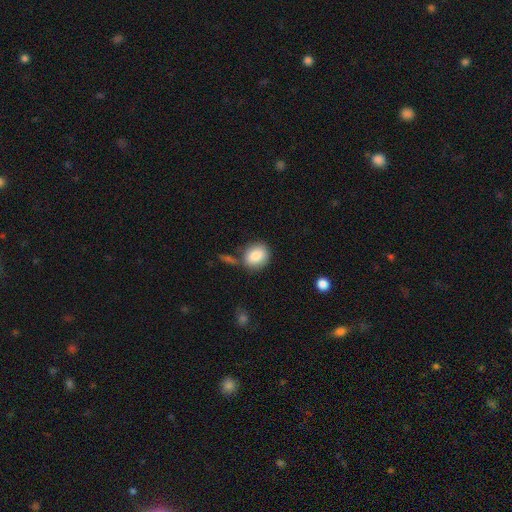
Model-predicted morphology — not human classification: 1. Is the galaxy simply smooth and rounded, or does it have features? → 85% smooth, 7% star or artifact, 7% featured or disk.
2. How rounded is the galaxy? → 58% round, 41% in between, 1% cigar-shaped.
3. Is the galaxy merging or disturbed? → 71% none, 14% minor disturbance, 11% merger, 4% major disturbance.